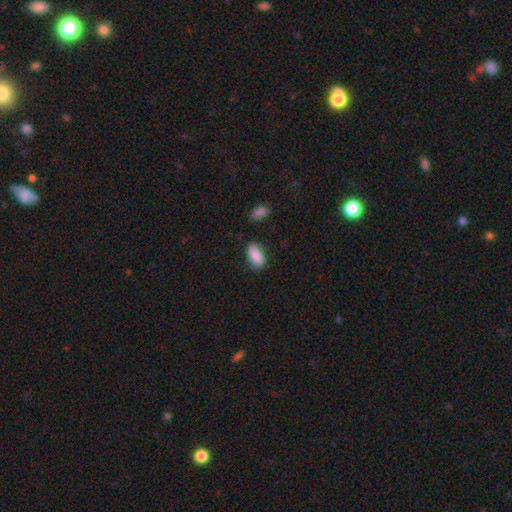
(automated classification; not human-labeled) smooth-or-featured: smooth: 78% | featured or disk: 15% | star or artifact: 7%
  how-rounded: in between: 92% | round: 4% | cigar-shaped: 4%
  merging: none: 76% | minor disturbance: 18% | major disturbance: 3% | merger: 3%